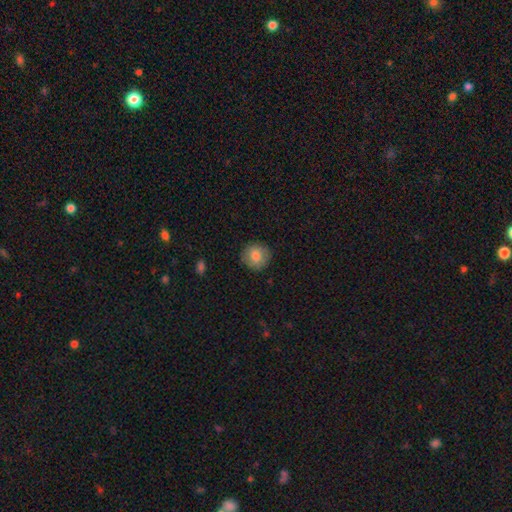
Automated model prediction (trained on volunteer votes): smooth_or_featured: smooth (p=0.81) [alt: featured or disk p=0.11]
how_rounded: round (p=0.92) [alt: in between p=0.07]
merging: none (p=0.88) [alt: minor disturbance p=0.09]